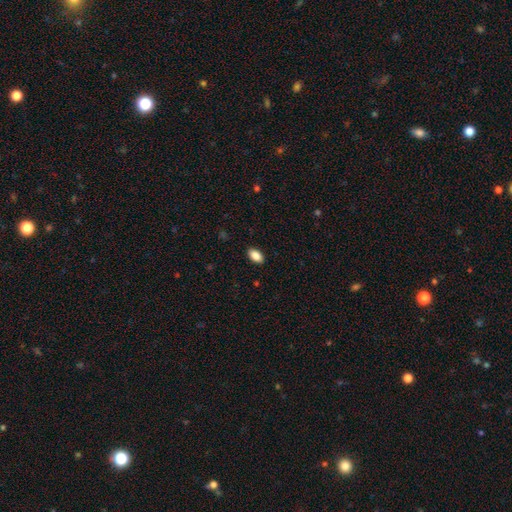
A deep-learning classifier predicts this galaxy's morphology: Smooth or featured: smooth — 88% (star or artifact — 8%)
How rounded: in between — 93% (round — 5%)
Merging: none — 89% (minor disturbance — 8%)